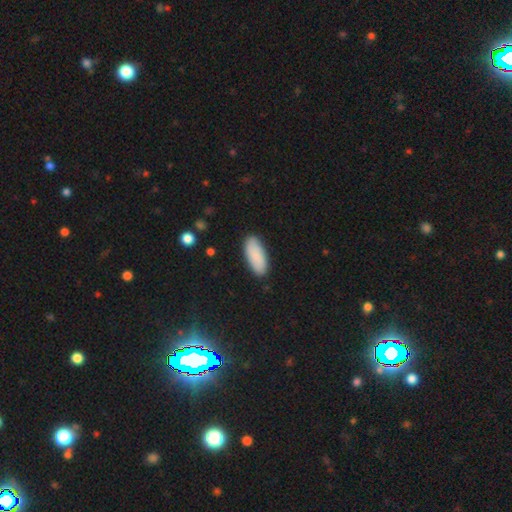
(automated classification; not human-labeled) smooth 83%, featured or disk 11%, star or artifact 6%. Down the decision tree: how rounded — in between (83%); merging — none (85%).